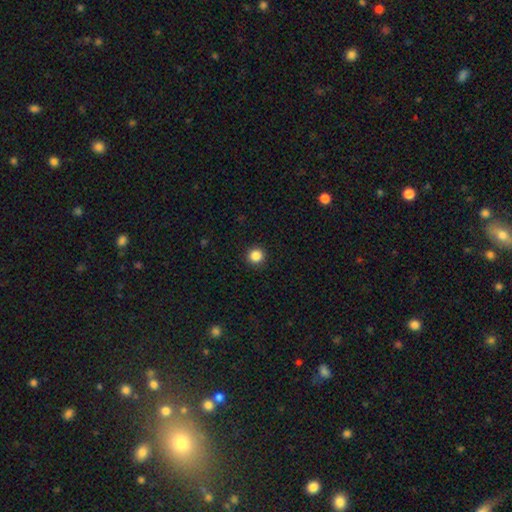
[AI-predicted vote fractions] A smooth galaxy with no disk features (85%) that is round (95%). Merging: none (93%).